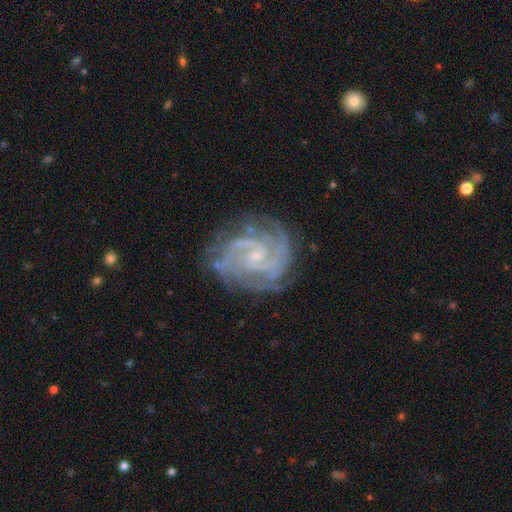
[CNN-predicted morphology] Overall: featured or disk (89%). Edge-on disk: no (98%). Bar: no (47%; weak 43%). Spiral arms: yes (98%). Spiral arm count: 2 (29%; 3 27%). Spiral winding: tight (59%; medium 36%). Bulge size: small (78%). Merging: none (75%).